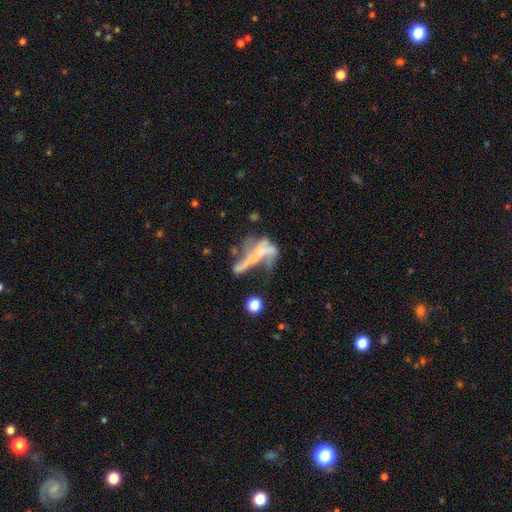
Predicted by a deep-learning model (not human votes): Overall: featured or disk (63%). Edge-on disk: no (82%). Bar: no (67%). Spiral arms: no (67%; yes 33%). Bulge size: none (43%; small 38%). Merging: major disturbance (42%; merger 24%).